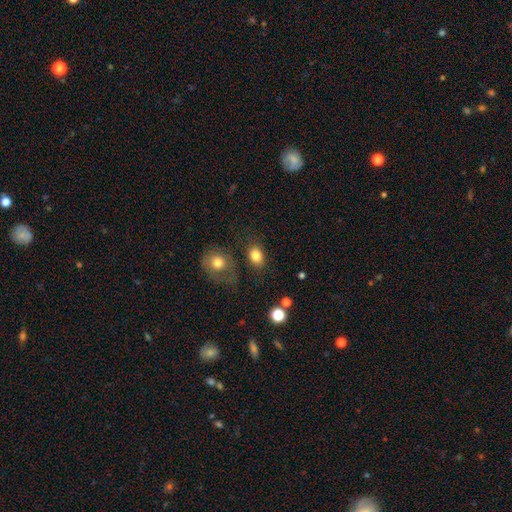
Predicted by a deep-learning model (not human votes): A smooth galaxy with no disk features (82%) that is in between round and cigar-shaped (66%). Merging: none (74%).